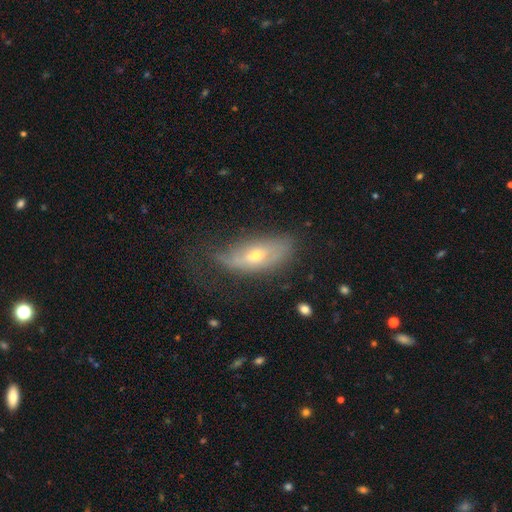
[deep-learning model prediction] Smooth or featured? Predicted: featured or disk (p=0.47). Merging? Predicted: none (p=0.43).